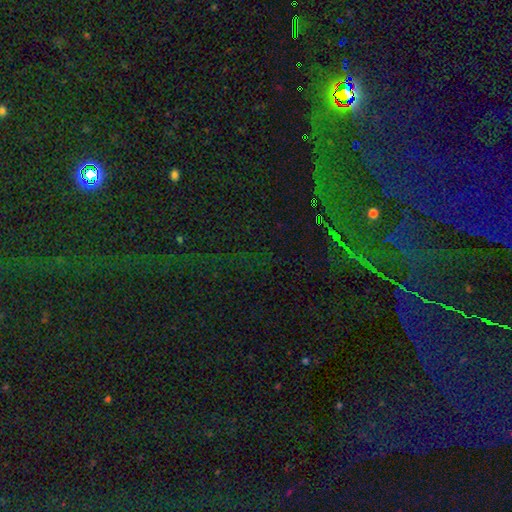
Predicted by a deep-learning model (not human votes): smooth_or_featured: star or artifact (p=0.79) [alt: featured or disk p=0.11]